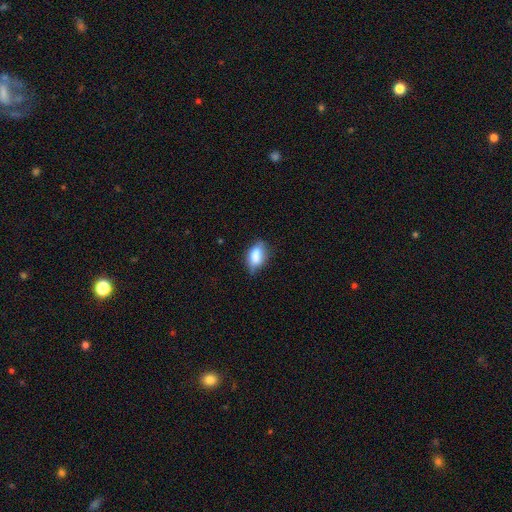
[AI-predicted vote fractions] A smooth galaxy with no disk features (81%) that is in between round and cigar-shaped (88%).

Vote fractions:
- Smooth or featured? smooth: 81% / featured or disk: 11% / star or artifact: 8%
- How rounded? in between: 88% / round: 8% / cigar-shaped: 4%
- Merging? none: 61% / minor disturbance: 30% / major disturbance: 6% / merger: 2%